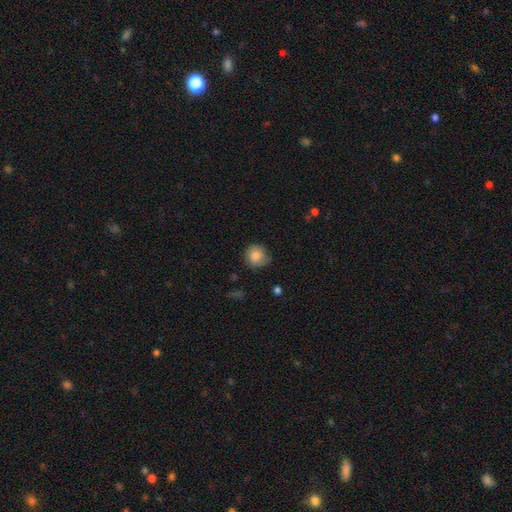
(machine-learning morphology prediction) This appears to be a smooth galaxy with no disk features (83%) that is round (87%). Merging: none (71%).